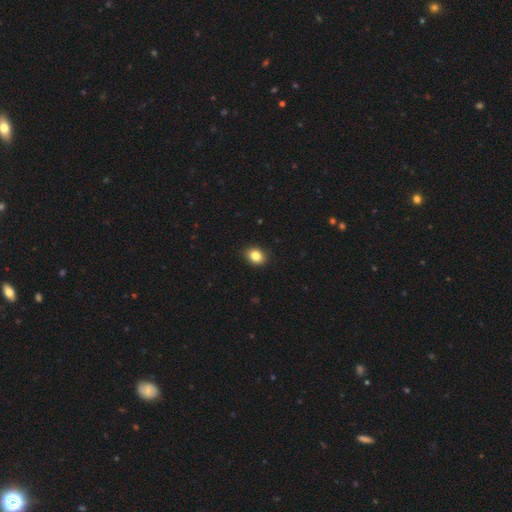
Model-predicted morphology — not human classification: This appears to be a smooth galaxy with no disk features (84%) that is round (53%). Merging: none (90%).